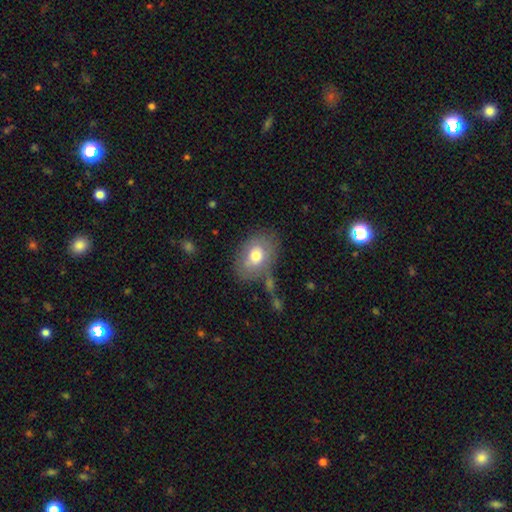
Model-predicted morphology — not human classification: A smooth galaxy with no disk features (71%) that is in between round and cigar-shaped (75%). Merging: none (63%).